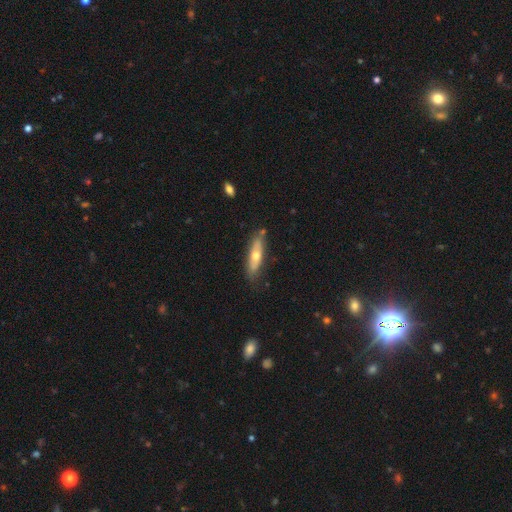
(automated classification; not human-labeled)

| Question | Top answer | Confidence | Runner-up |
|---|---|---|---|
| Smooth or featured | smooth | 50% | featured or disk (44%) |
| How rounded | cigar-shaped | 59% | in between (39%) |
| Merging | none | 74% | minor disturbance (18%) |